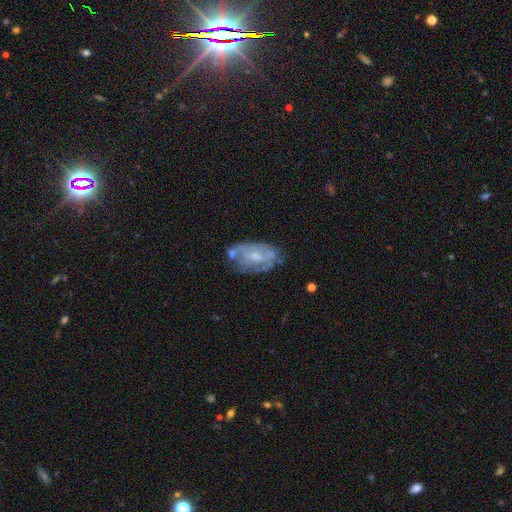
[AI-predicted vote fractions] smooth_or_featured: featured or disk (p=0.63) [alt: smooth p=0.29]
disk_edge_on: no (p=0.94) [alt: yes p=0.06]
bar: no (p=0.59) [alt: weak p=0.34]
has_spiral_arms: no (p=0.54) [alt: yes p=0.46]
bulge_size: small (p=0.46) [alt: moderate p=0.40]
merging: none (p=0.49) [alt: minor disturbance p=0.26]